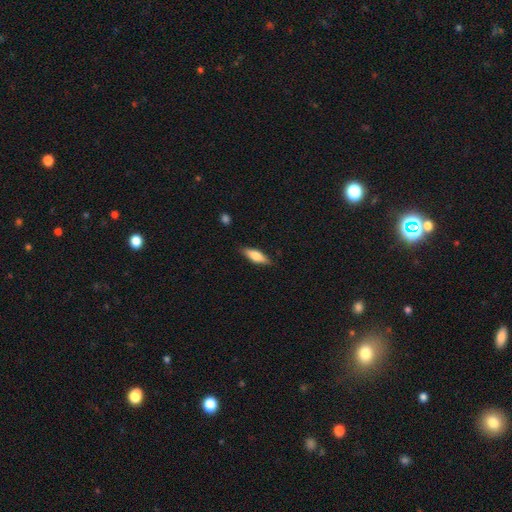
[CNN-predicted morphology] Smooth or featured: smooth — 72% (featured or disk — 22%)
How rounded: in between — 60% (cigar-shaped — 37%)
Merging: none — 84% (minor disturbance — 12%)